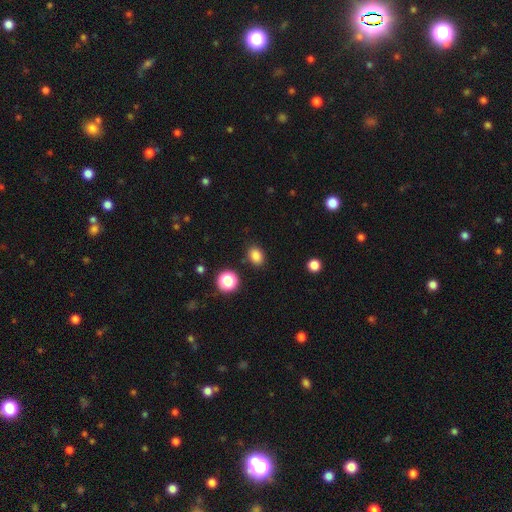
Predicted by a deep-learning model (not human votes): smooth_or_featured: smooth (p=0.84) [alt: star or artifact p=0.12]
how_rounded: in between (p=0.63) [alt: round p=0.36]
merging: none (p=0.85) [alt: minor disturbance p=0.10]